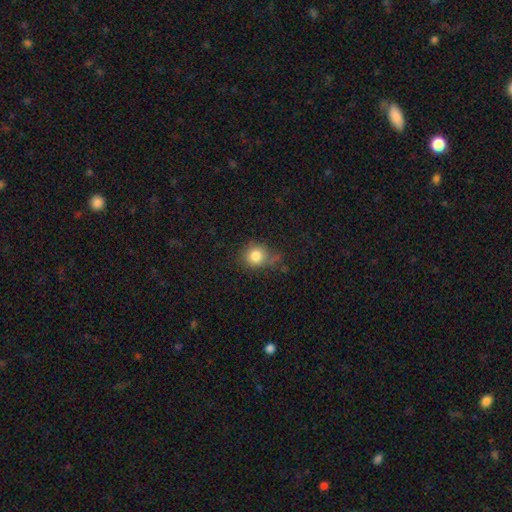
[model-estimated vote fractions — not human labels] Overall: smooth (82%). How rounded: round (78%). Merging: none (57%; minor disturbance 28%).